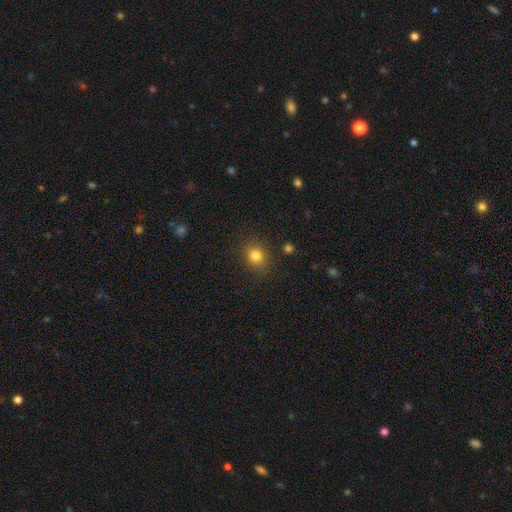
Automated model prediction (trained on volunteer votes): Q: Smooth or featured?
A: smooth (82%); runner-up: star or artifact (12%)
Q: How rounded?
A: round (77%); runner-up: in between (22%)
Q: Merging?
A: none (85%); runner-up: minor disturbance (9%)